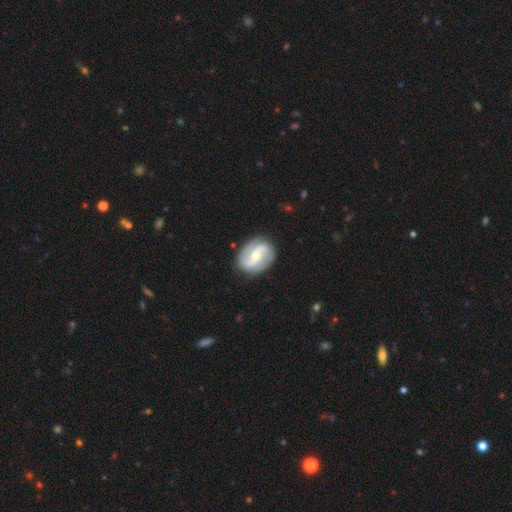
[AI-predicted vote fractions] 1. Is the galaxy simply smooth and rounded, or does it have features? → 84% featured or disk, 11% smooth, 4% star or artifact.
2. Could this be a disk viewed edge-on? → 97% no, 3% yes.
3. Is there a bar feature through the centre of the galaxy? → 40% weak, 31% no, 28% strong.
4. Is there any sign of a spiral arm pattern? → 95% yes, 5% no.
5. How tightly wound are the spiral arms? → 41% medium, 40% loose, 18% tight.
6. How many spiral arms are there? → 91% 2, 3% can't tell, 2% 3, 2% 1, 1% 4, 1% more than 4.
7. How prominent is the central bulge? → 53% moderate, 42% small, 2% large, 1% none, 1% dominant.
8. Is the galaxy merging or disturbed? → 84% none, 12% minor disturbance, 3% major disturbance, 1% merger.